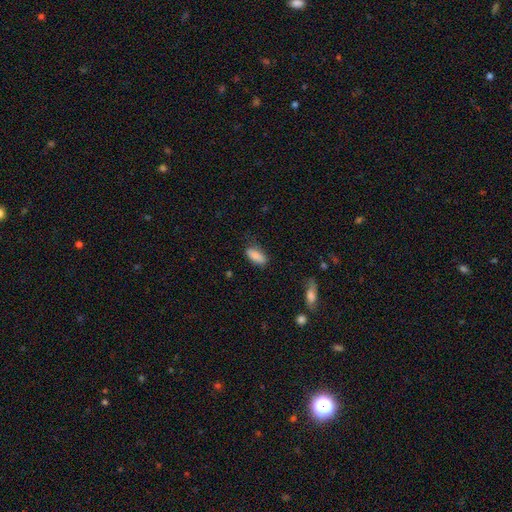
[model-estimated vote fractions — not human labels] Overall: smooth (84%). How rounded: in between (84%). Merging: none (72%).